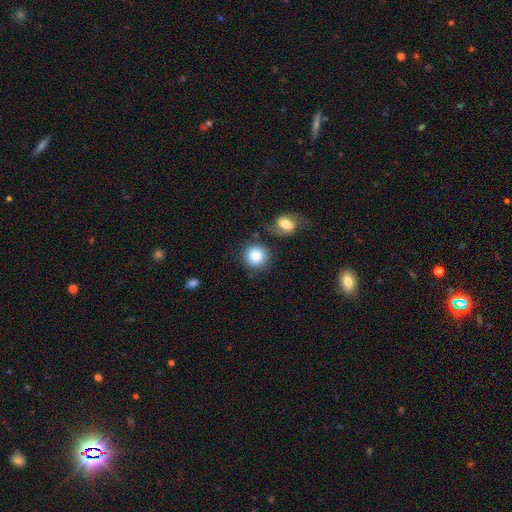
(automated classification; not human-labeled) This is clearly a smooth galaxy (85%). How rounded: clearly round (90%). Merging: likely none (67%).